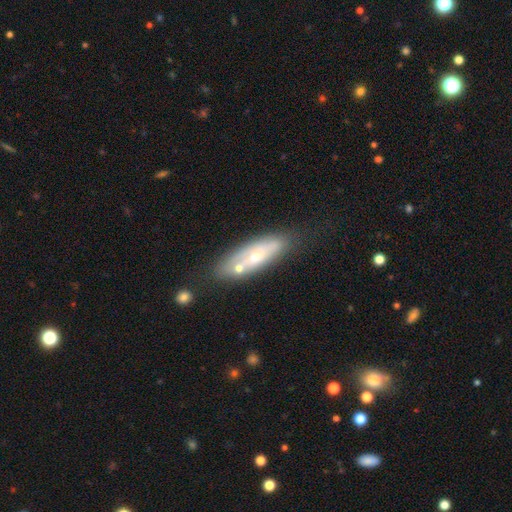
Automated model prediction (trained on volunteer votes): This is possibly a featured or disk galaxy (47%). Merging: possibly none (56%).